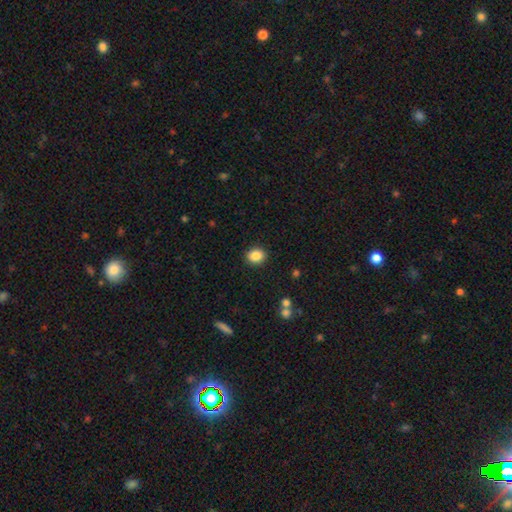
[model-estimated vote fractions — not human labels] Smooth or featured? Predicted: smooth (p=0.87). How rounded? Predicted: round (p=0.55). Merging? Predicted: none (p=0.90).